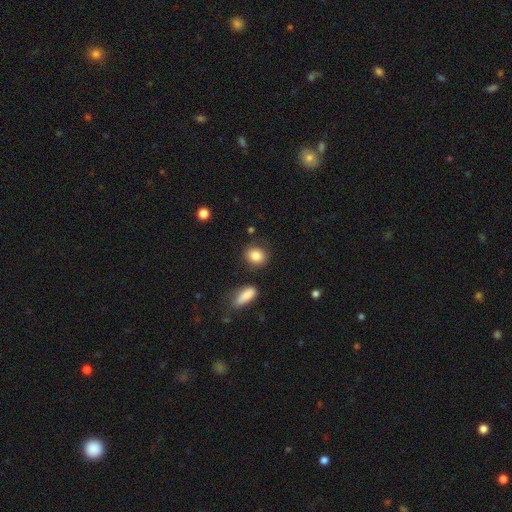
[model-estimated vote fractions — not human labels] Overall: smooth (85%). How rounded: round (58%; in between 40%). Merging: none (81%).